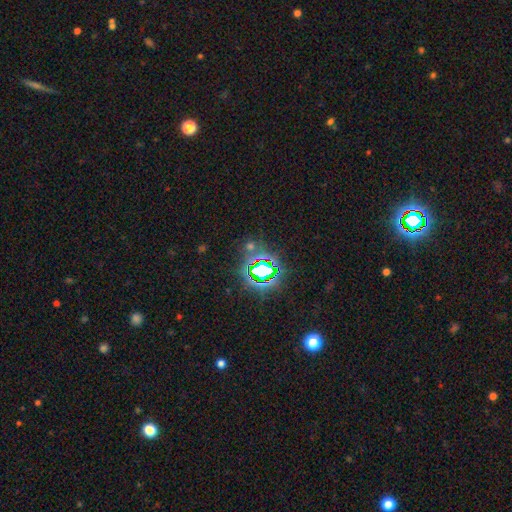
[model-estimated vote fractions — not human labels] Morphology: type=star or artifact (79%).